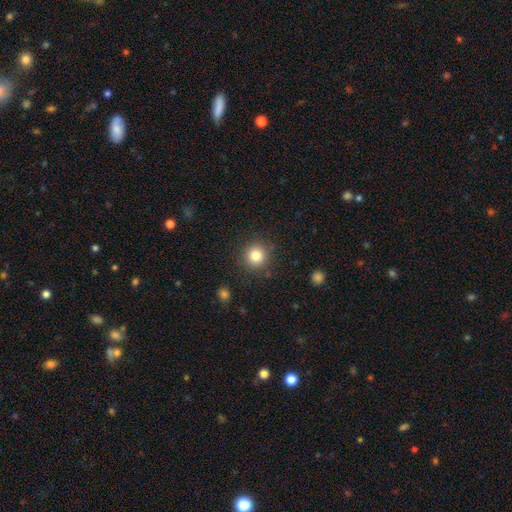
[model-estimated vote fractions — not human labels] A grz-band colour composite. It shows a smooth galaxy with no disk features (82%) that is round (93%). Merging: none (88%).